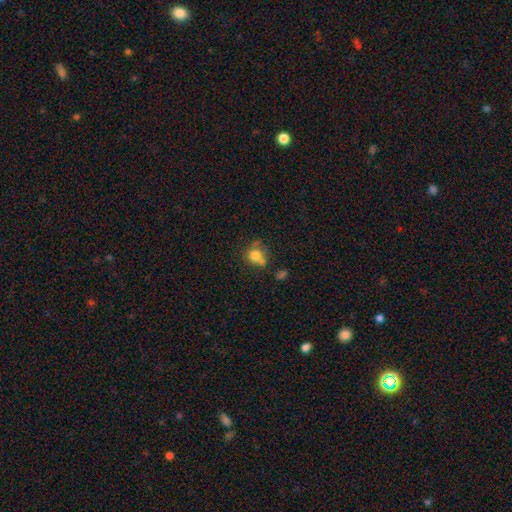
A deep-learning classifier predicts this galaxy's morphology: Smooth or featured? Predicted: smooth (p=0.74). How rounded? Predicted: round (p=0.70). Merging? Predicted: none (p=0.47).